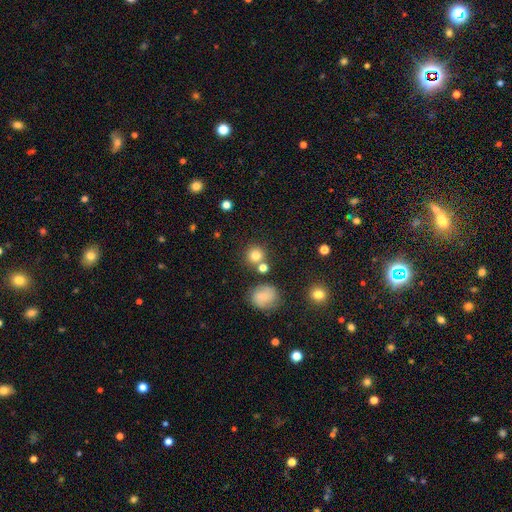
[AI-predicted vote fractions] smooth 79%, star or artifact 12%, featured or disk 9%. Down the decision tree: how rounded — round (92%); merging — none (76%).